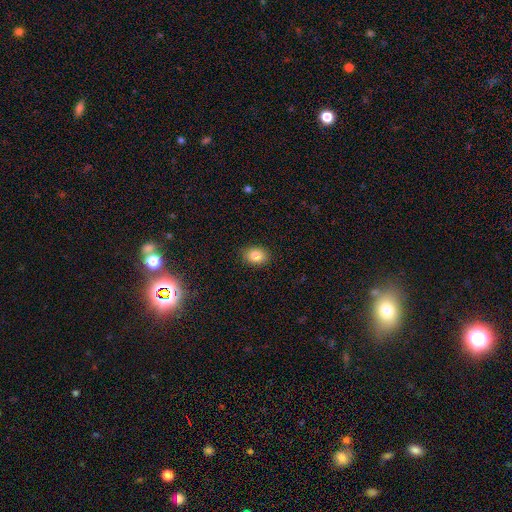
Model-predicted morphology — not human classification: type=smooth (87%); roundness=in between (73%); merging=none (87%).